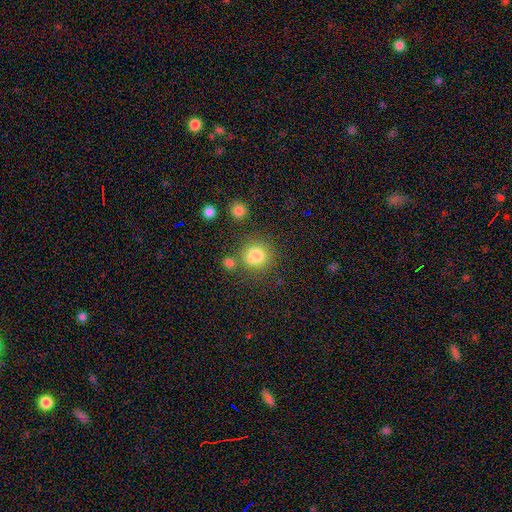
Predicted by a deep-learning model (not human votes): Smooth or featured? smooth (80%)
How rounded? round (87%)
Merging? none (67%)